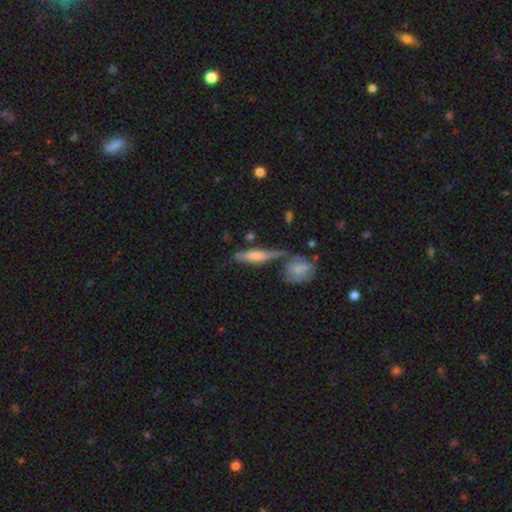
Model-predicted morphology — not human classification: Smooth or featured: featured or disk — 60% (smooth — 31%)
Edge-on disk: yes — 91% (no — 9%)
Edge-on bulge: rounded — 70% (boxy — 17%)
Merging: none — 65% (merger — 17%)